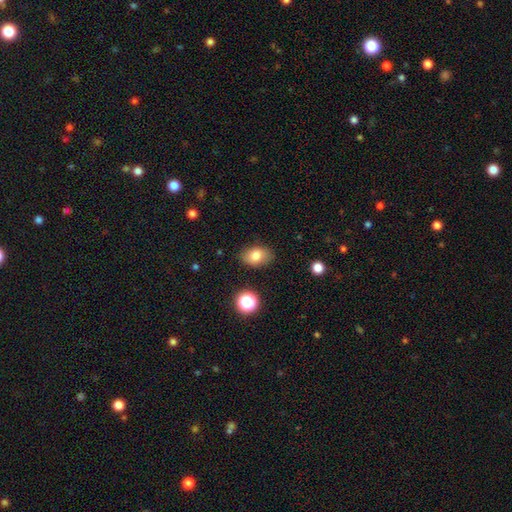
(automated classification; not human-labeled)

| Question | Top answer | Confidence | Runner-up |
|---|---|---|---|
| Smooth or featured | smooth | 80% | featured or disk (10%) |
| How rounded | in between | 81% | round (18%) |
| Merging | none | 85% | minor disturbance (11%) |